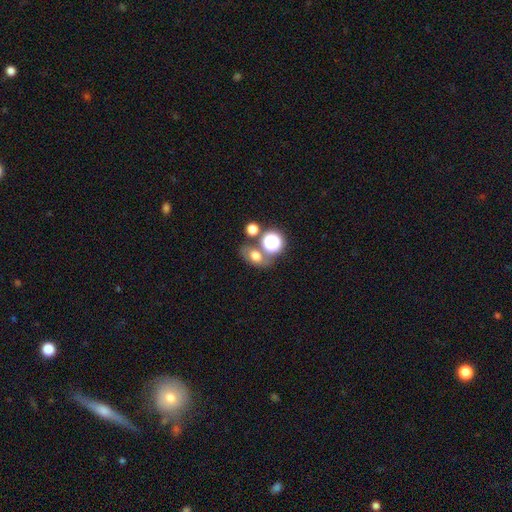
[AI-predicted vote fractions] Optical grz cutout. It shows a smooth galaxy with no disk features (61%) that is in between round and cigar-shaped (65%). Merging: none (56%).